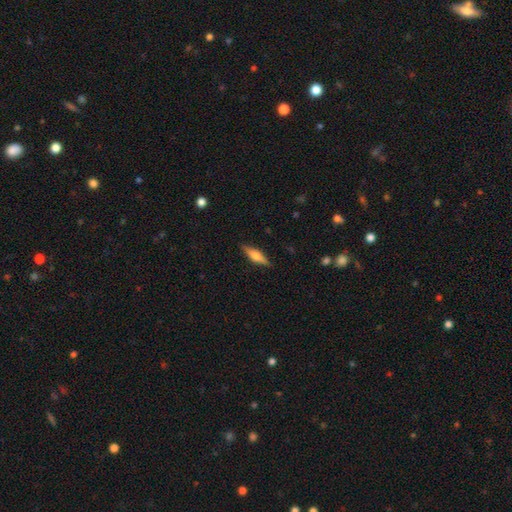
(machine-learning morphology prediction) type=featured or disk (49%); merging=none (88%).